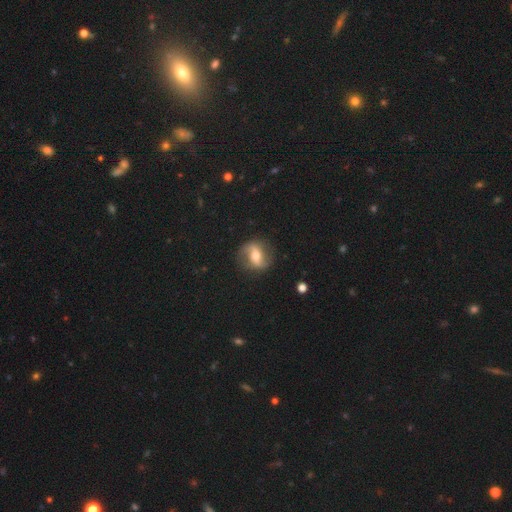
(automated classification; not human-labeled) Overall: featured or disk (73%). Edge-on disk: no (94%). Bar: strong (42%; weak 35%). Spiral arms: yes (85%). Spiral arm count: 2 (90%). Spiral winding: loose (54%; medium 32%). Bulge size: moderate (70%). Merging: none (83%).